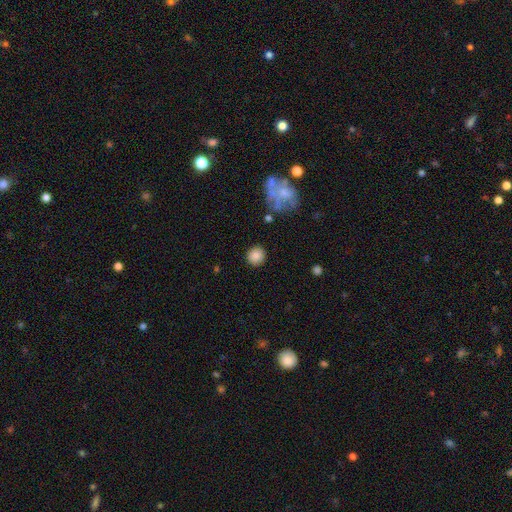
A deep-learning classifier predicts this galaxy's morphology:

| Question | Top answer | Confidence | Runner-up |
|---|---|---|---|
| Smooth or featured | smooth | 83% | star or artifact (10%) |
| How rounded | round | 91% | in between (8%) |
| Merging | none | 87% | minor disturbance (8%) |